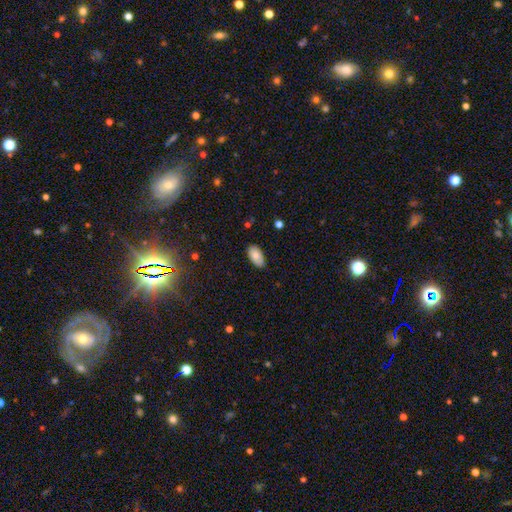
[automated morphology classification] Smooth or featured? smooth (82%)
How rounded? in between (95%)
Merging? none (82%)